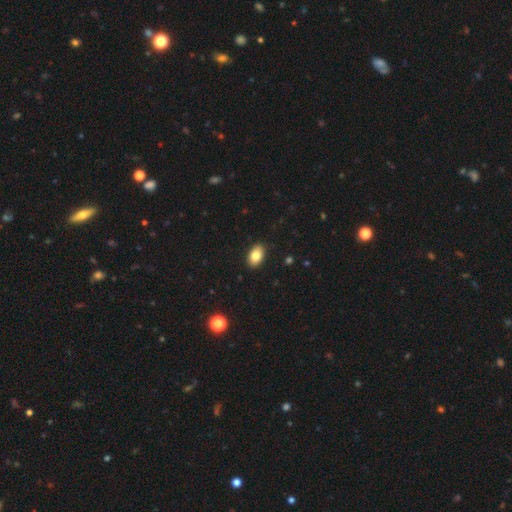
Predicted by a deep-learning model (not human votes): Smooth or featured: smooth — 82% (featured or disk — 10%)
How rounded: in between — 91% (round — 8%)
Merging: none — 90% (minor disturbance — 7%)